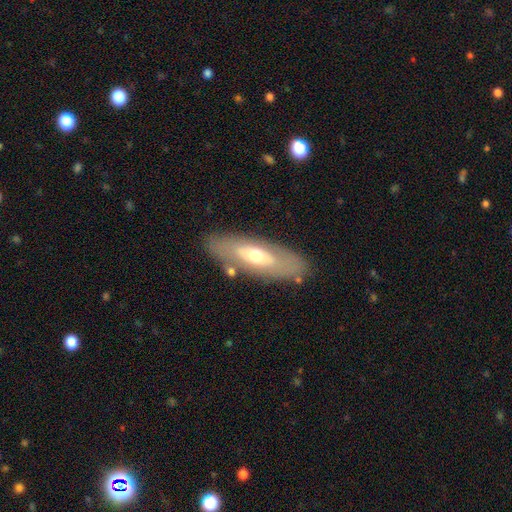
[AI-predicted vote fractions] A featured or disk galaxy (49%).

Vote fractions:
- Smooth or featured? featured or disk: 49% / smooth: 45% / star or artifact: 6%
- Merging? none: 81% / minor disturbance: 12% / major disturbance: 4% / merger: 3%